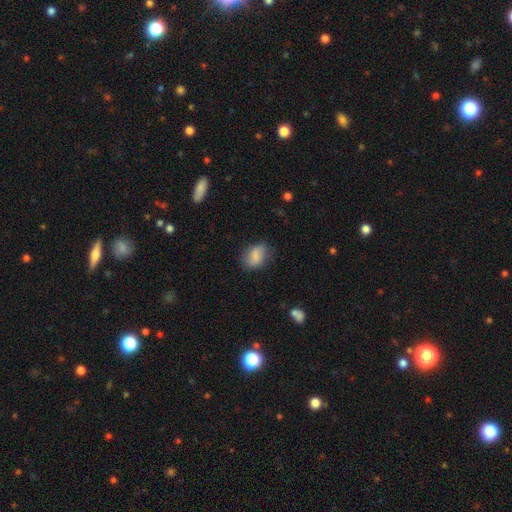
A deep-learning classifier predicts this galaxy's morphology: Smooth or featured: smooth — 79% (featured or disk — 13%)
How rounded: in between — 77% (round — 21%)
Merging: none — 69% (minor disturbance — 23%)